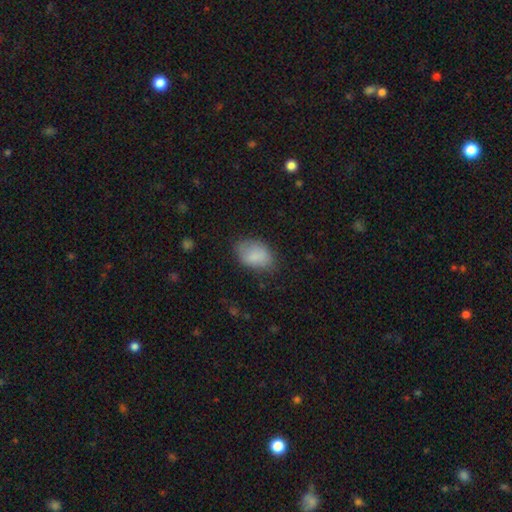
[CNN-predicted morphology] Smooth or featured? Predicted: smooth (p=0.84). How rounded? Predicted: in between (p=0.87). Merging? Predicted: none (p=0.69).